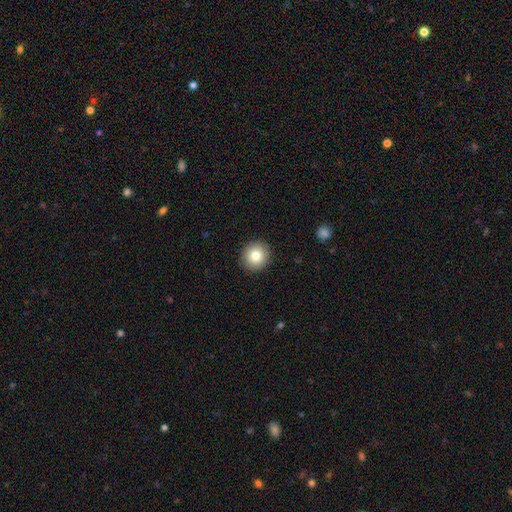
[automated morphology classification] type=smooth (82%); roundness=round (93%); merging=none (92%).